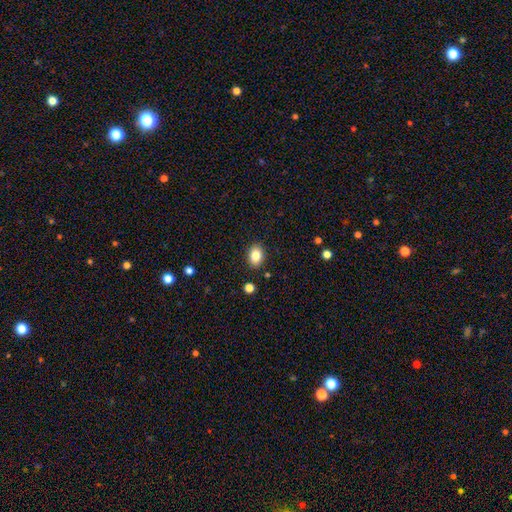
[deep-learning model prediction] Smooth or featured? smooth (84%)
How rounded? in between (74%)
Merging? none (88%)